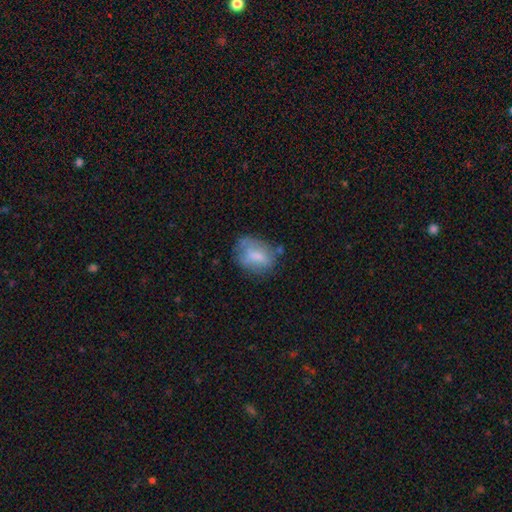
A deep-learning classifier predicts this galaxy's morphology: Smooth or featured? Predicted: smooth (p=0.66). How rounded? Predicted: in between (p=0.73). Merging? Predicted: none (p=0.52).